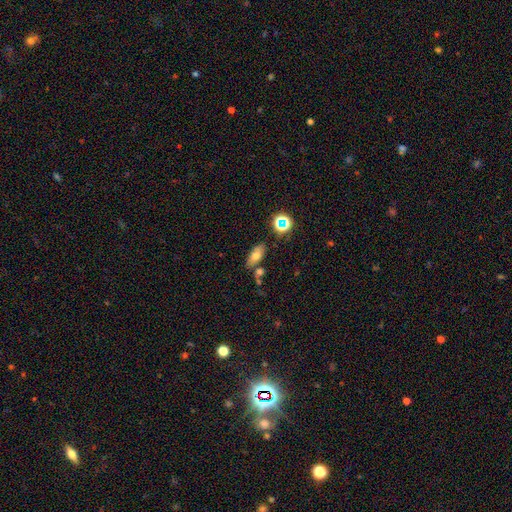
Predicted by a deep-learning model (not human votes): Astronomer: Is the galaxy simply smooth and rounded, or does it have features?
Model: smooth — 67%.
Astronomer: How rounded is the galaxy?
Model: in between — 83%.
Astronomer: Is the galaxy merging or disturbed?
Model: none — 68%.